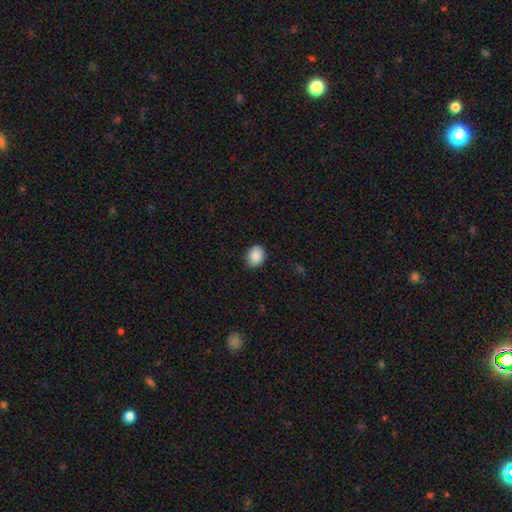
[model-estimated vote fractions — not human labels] Overall: smooth (88%). How rounded: in between (58%; round 41%). Merging: none (84%).